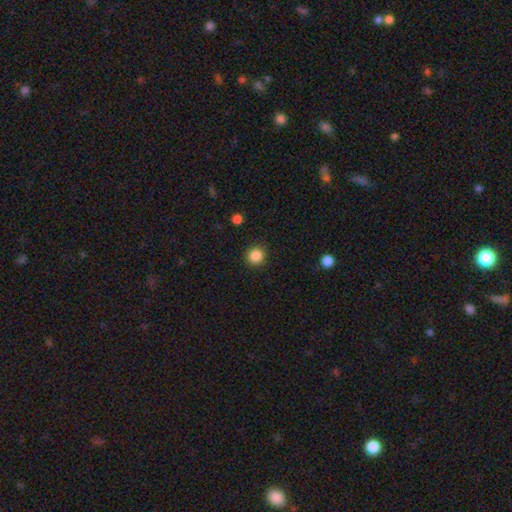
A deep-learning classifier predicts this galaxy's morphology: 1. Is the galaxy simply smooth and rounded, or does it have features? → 86% smooth, 11% star or artifact, 3% featured or disk.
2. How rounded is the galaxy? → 92% round, 7% in between, 1% cigar-shaped.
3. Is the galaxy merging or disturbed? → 90% none, 6% minor disturbance, 2% major disturbance, 1% merger.